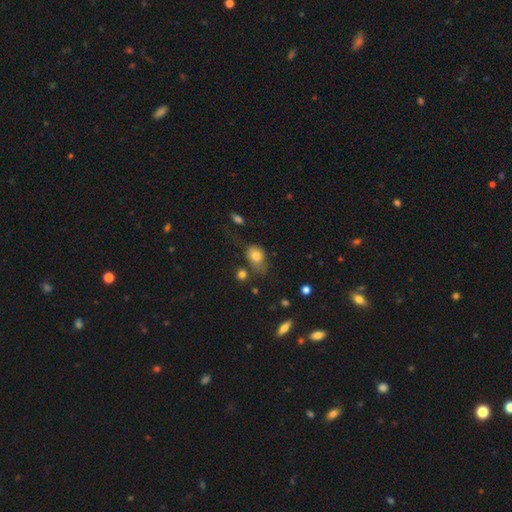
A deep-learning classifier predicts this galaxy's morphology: The model was most divided on "merging": none: 38%, minor disturbance: 32%, major disturbance: 22%, merger: 7%. More confident: smooth or featured — smooth (75%); how rounded — in between (70%).